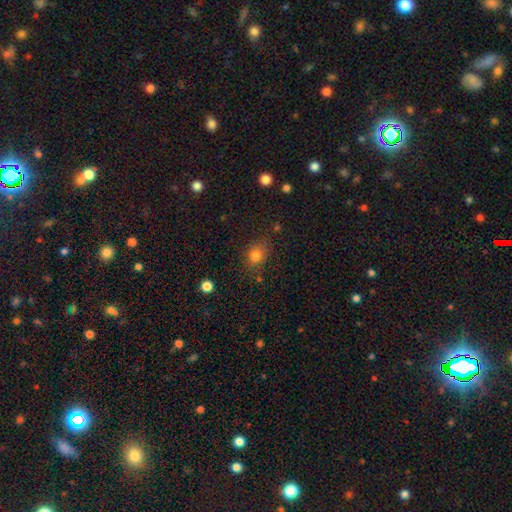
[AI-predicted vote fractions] A smooth galaxy with no disk features (80%) that is round (50%).

Vote fractions:
- Smooth or featured? smooth: 80% / star or artifact: 13% / featured or disk: 7%
- How rounded? round: 50% / in between: 48% / cigar-shaped: 1%
- Merging? none: 70% / minor disturbance: 21% / major disturbance: 7% / merger: 3%